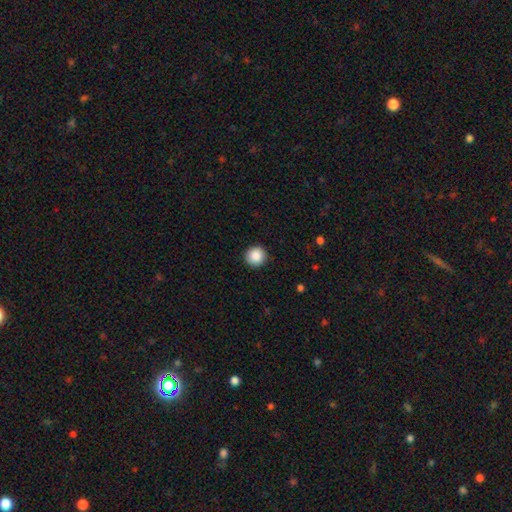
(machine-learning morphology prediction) This is clearly a smooth galaxy (88%). How rounded: clearly round (94%). Merging: clearly none (92%).